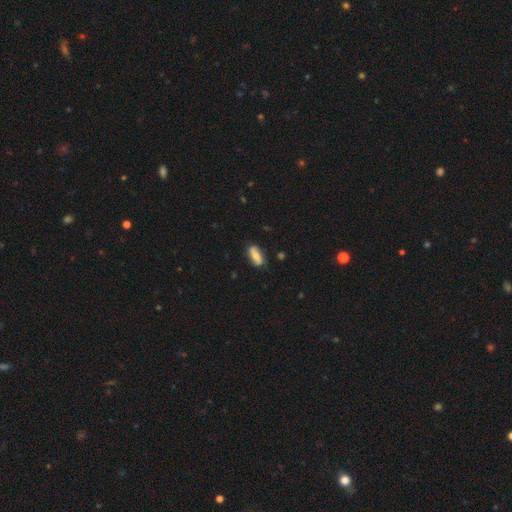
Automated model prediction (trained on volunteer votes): Smooth or featured?
  - smooth: 58% *
  - featured or disk: 35%
  - star or artifact: 7%
How rounded?
  - in between: 70% *
  - cigar-shaped: 26%
  - round: 4%
Merging?
  - none: 79% *
  - minor disturbance: 16%
  - major disturbance: 3%
  - merger: 2%